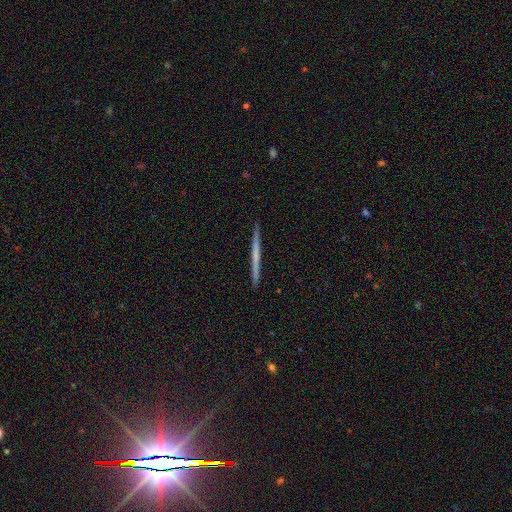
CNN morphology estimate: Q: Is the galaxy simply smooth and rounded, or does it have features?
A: featured or disk — 50%.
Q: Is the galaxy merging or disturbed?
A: none — 93%.